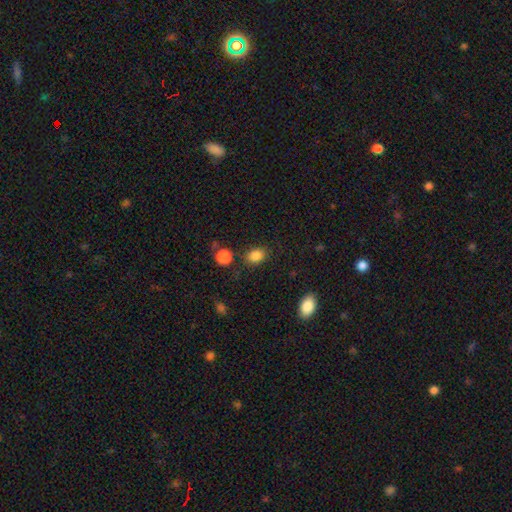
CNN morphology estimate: This appears to be a smooth galaxy with no disk features (85%) that is in between round and cigar-shaped (67%). Merging: none (76%).